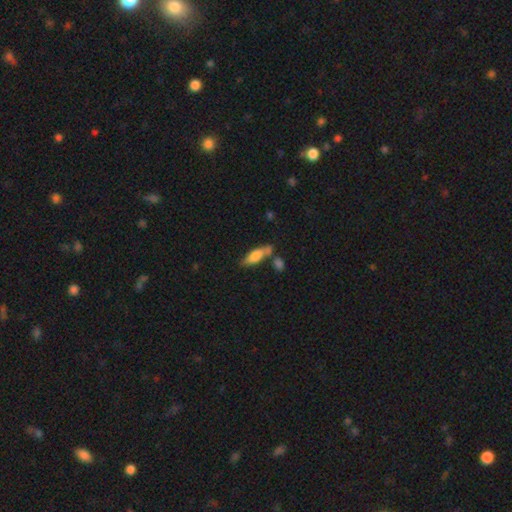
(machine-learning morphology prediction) smooth 71%, featured or disk 22%, star or artifact 6%. Down the decision tree: how rounded — in between (54%); merging — none (55%).